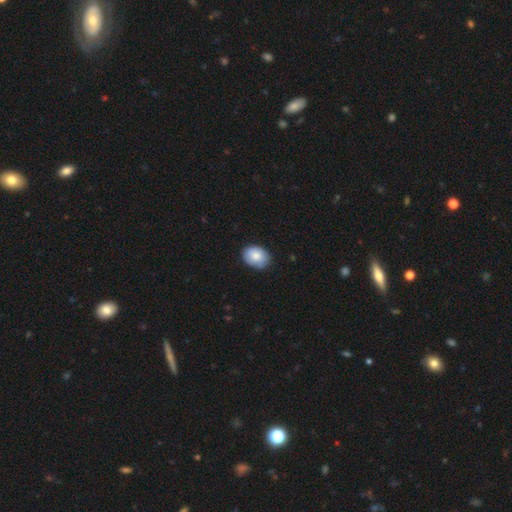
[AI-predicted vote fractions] Smooth or featured? Predicted: smooth (p=0.85). How rounded? Predicted: in between (p=0.67). Merging? Predicted: none (p=0.83).